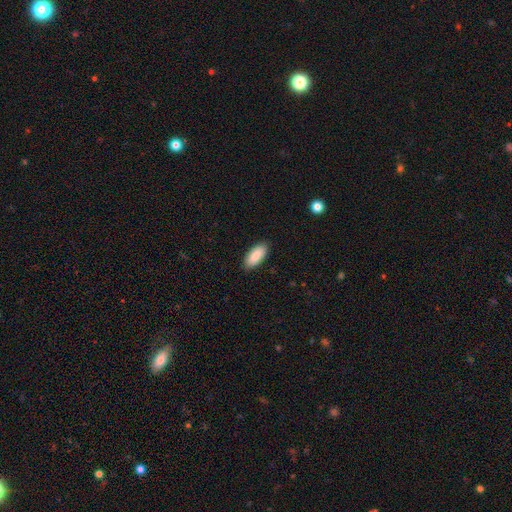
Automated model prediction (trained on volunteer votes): A smooth galaxy with no disk features (89%) that is in between round and cigar-shaped (84%). Merging: none (88%).